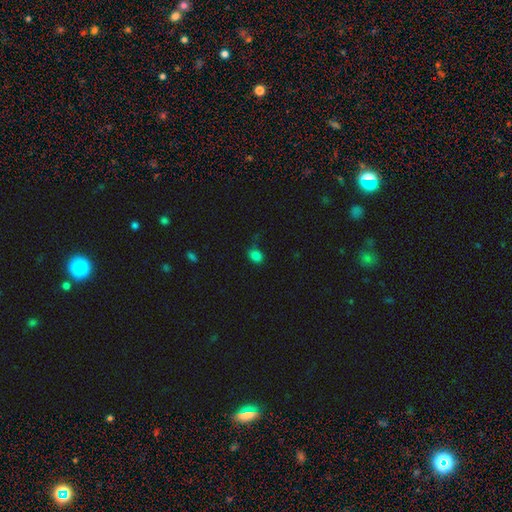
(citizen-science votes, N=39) This appears to be a smooth galaxy with no disk features (92%) that is in between round and cigar-shaped (61%). Merging: none (69%).